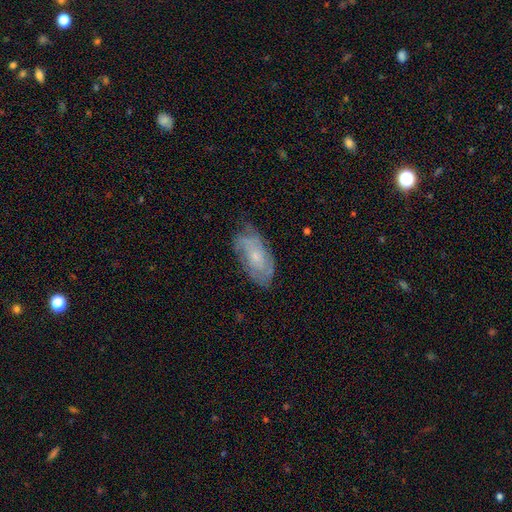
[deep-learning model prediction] A featured or disk galaxy (63%) with no bar (77%), spiral arms (81%) and a small central bulge (63%). Merging: none (63%).